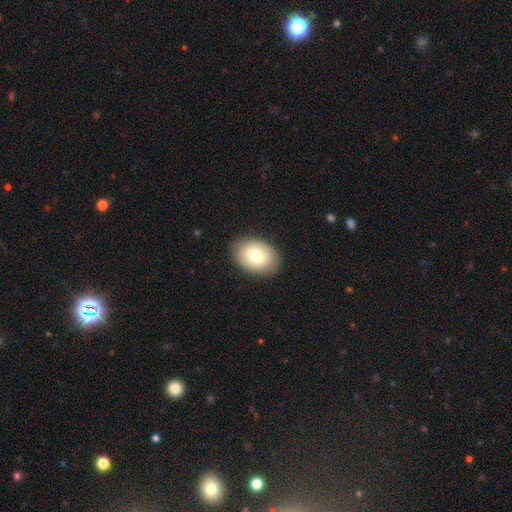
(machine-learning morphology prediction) smooth-or-featured: smooth: 76% | featured or disk: 17% | star or artifact: 7%
  how-rounded: in between: 80% | round: 20% | cigar-shaped: 1%
  merging: none: 87% | minor disturbance: 9% | major disturbance: 2% | merger: 1%